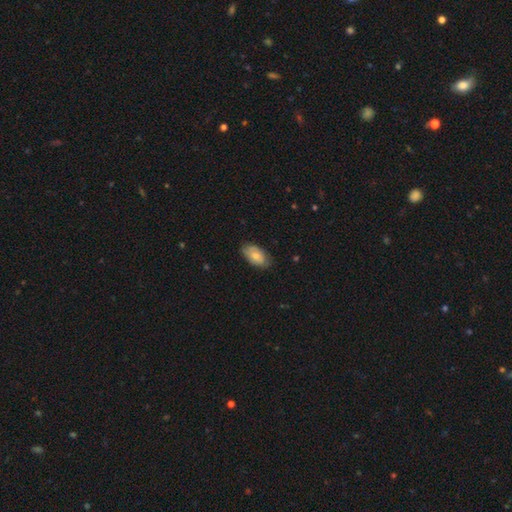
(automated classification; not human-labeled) This is likely a smooth galaxy (73%). How rounded: clearly in between (93%). Merging: likely none (75%).